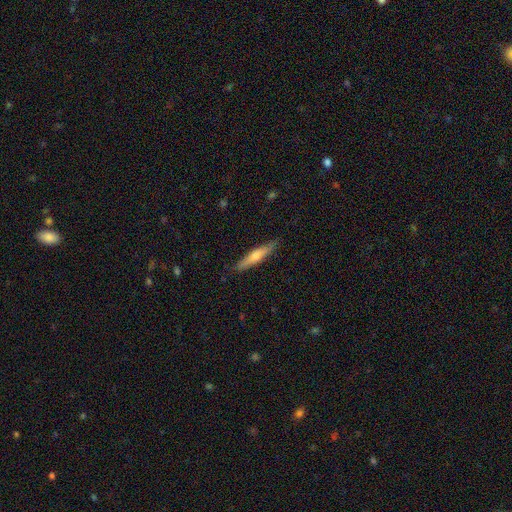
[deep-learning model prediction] Overall: smooth (47%, tied with featured or disk). Merging: none (88%).